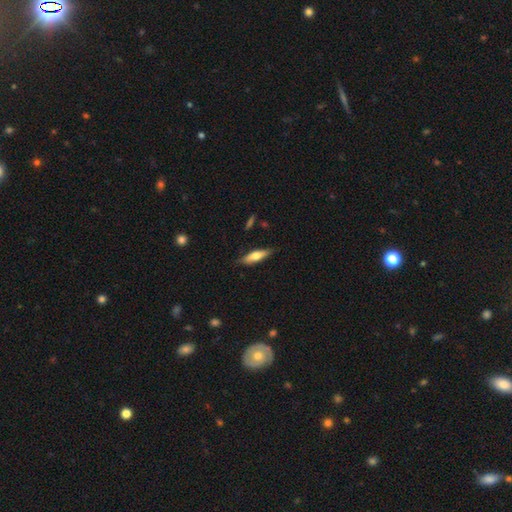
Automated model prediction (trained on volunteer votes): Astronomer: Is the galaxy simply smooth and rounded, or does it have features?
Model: smooth — 60%.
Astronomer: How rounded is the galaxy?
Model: cigar-shaped — 58% (runner-up: in between, 40%).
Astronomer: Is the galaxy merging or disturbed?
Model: none — 80%.